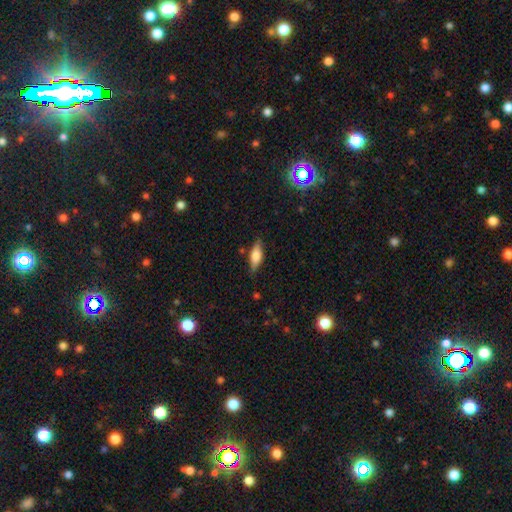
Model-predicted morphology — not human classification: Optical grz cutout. It shows a smooth galaxy with no disk features (61%) that is in between round and cigar-shaped (66%). Merging: none (78%).